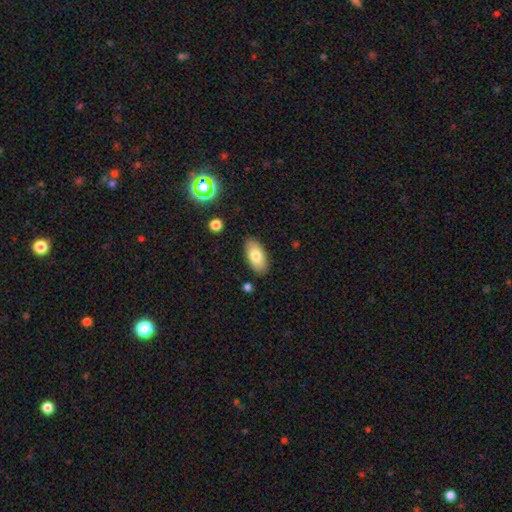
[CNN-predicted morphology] smooth-or-featured: smooth: 77% | featured or disk: 16% | star or artifact: 7%
  how-rounded: in between: 93% | cigar-shaped: 4% | round: 3%
  merging: none: 87% | minor disturbance: 9% | major disturbance: 2% | merger: 2%